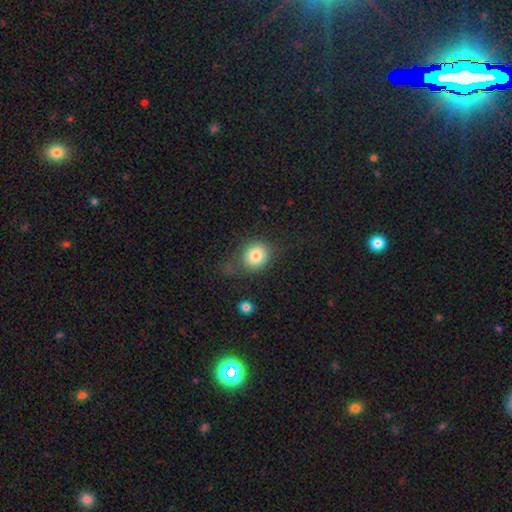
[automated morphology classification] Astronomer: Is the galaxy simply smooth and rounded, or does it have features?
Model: smooth — 80%.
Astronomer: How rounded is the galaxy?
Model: round — 77%.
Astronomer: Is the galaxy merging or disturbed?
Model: none — 60%.